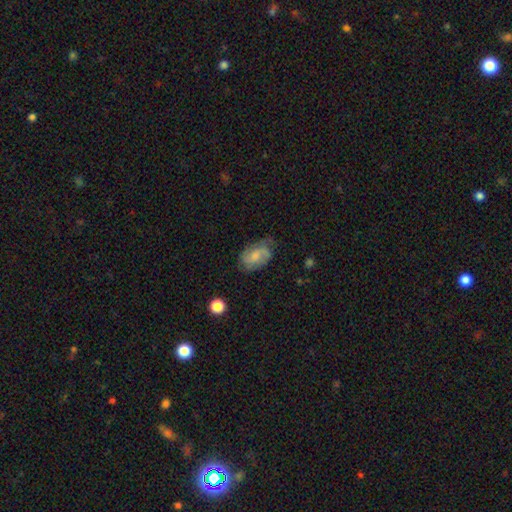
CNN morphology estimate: The model was most divided on "smooth or featured": featured or disk: 47%, smooth: 45%, star or artifact: 8%. More confident: merging — none (54%).